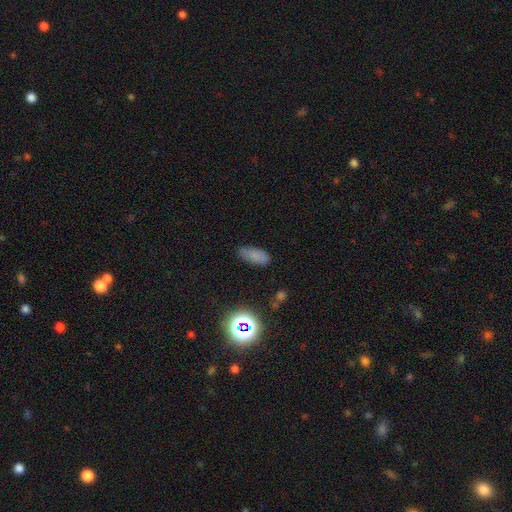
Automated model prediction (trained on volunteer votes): smooth_or_featured: smooth (p=0.77) [alt: star or artifact p=0.15]
how_rounded: in between (p=0.86) [alt: cigar-shaped p=0.10]
merging: none (p=0.75) [alt: minor disturbance p=0.18]